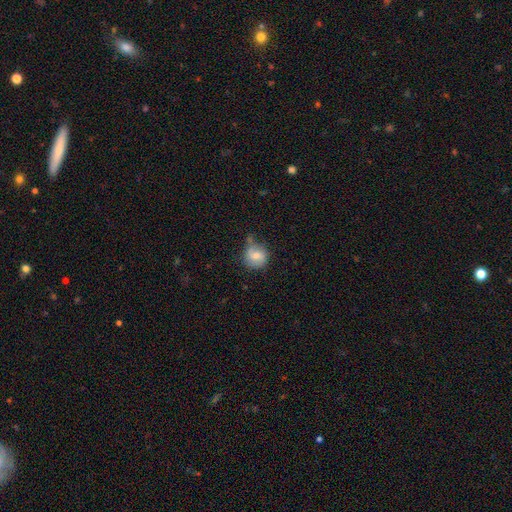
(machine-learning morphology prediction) Smooth or featured?
  - smooth: 69% *
  - featured or disk: 23%
  - star or artifact: 8%
How rounded?
  - round: 81% *
  - in between: 18%
  - cigar-shaped: 1%
Merging?
  - none: 53% *
  - minor disturbance: 30%
  - major disturbance: 9%
  - merger: 8%